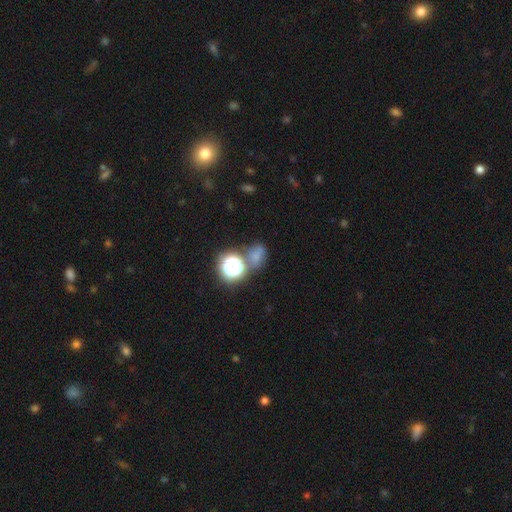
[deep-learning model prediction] Morphology: type=smooth (57%); roundness=round (53%); merging=none (52%).